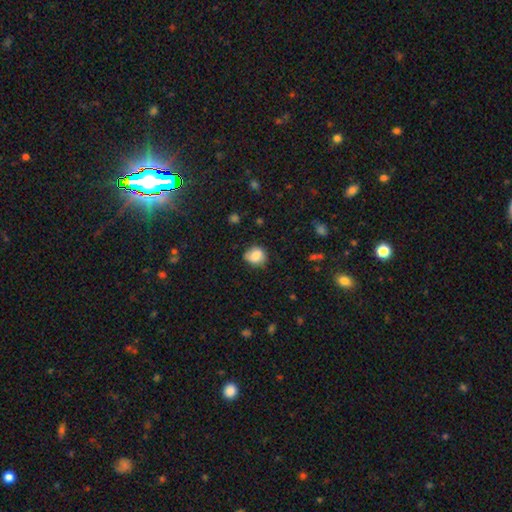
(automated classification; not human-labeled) A smooth galaxy with no disk features (78%) that is round (72%).

Vote fractions:
- Smooth or featured? smooth: 78% / featured or disk: 13% / star or artifact: 9%
- How rounded? round: 72% / in between: 27% / cigar-shaped: 1%
- Merging? none: 70% / minor disturbance: 23% / major disturbance: 6% / merger: 2%